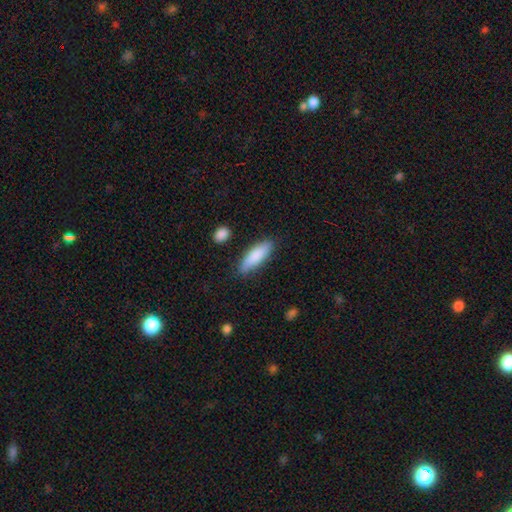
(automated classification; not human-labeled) This is clearly a smooth galaxy (83%). How rounded: possibly in between (56%). Merging: clearly none (81%).